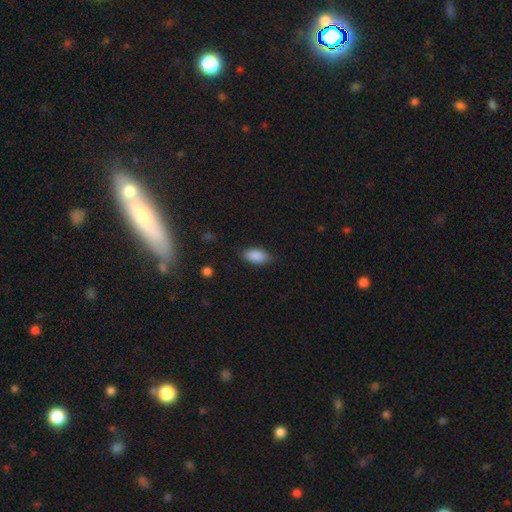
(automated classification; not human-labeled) Smooth or featured? Predicted: smooth (p=0.89). How rounded? Predicted: in between (p=0.93). Merging? Predicted: none (p=0.83).